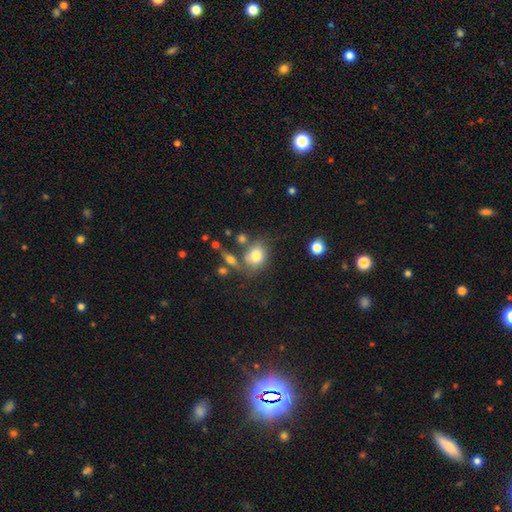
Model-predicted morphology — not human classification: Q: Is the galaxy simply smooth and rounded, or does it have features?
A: smooth — 77%.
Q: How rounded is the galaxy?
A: round — 57%.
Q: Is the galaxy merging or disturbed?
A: none — 61%.